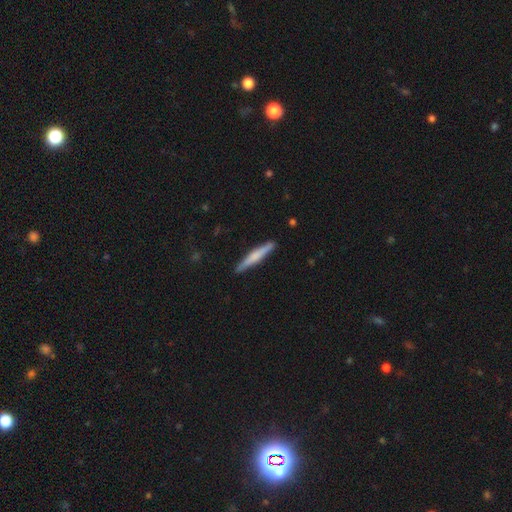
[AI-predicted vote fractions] Smooth or featured?
  - smooth: 52% *
  - featured or disk: 42%
  - star or artifact: 6%
How rounded?
  - cigar-shaped: 94% *
  - in between: 5%
  - round: 1%
Merging?
  - none: 90% *
  - minor disturbance: 7%
  - major disturbance: 1%
  - merger: 1%